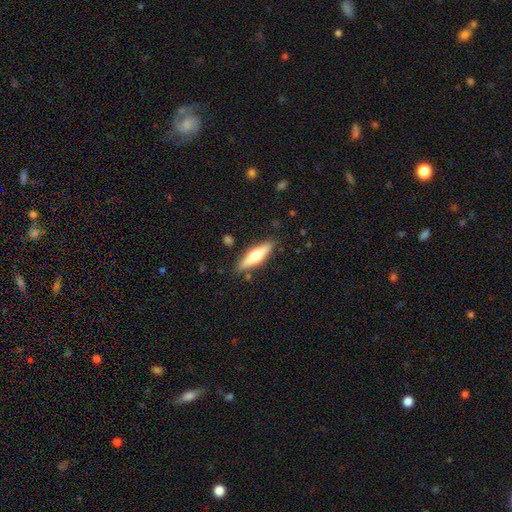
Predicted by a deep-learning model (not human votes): smooth_or_featured: featured or disk (p=0.48) [alt: smooth p=0.47]
merging: none (p=0.86) [alt: minor disturbance p=0.10]